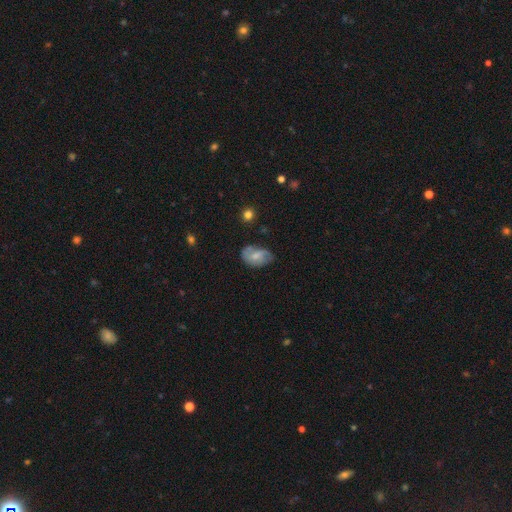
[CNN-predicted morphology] type=smooth (51%); roundness=in between (88%); merging=none (52%).